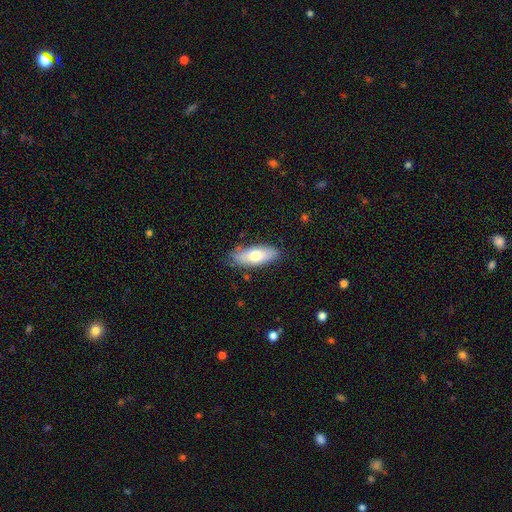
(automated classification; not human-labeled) Overall: smooth (70%). How rounded: in between (78%). Merging: none (79%).